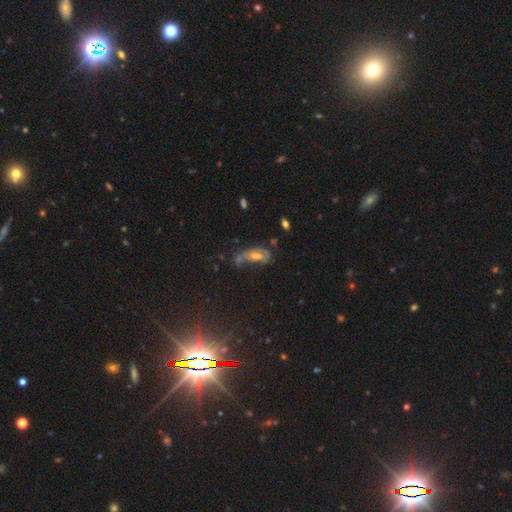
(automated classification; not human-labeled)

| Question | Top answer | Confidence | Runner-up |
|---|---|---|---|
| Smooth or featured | featured or disk | 46% | smooth (32%) |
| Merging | none | 33% | major disturbance (29%) |